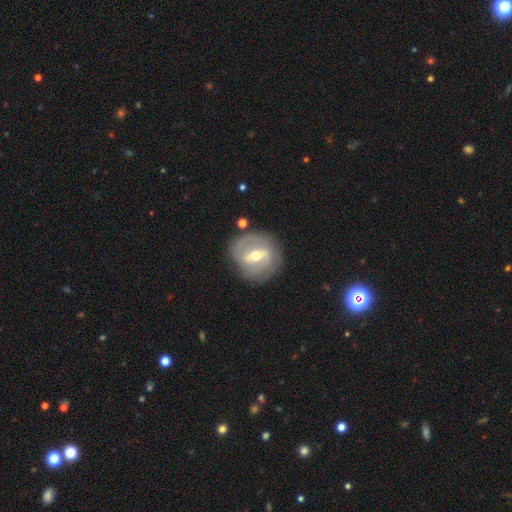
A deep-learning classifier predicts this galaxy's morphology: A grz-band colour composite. It shows a featured or disk galaxy (74%) with a strong bar (52%), spiral arms (67%) and a moderate central bulge (65%). Merging: none (79%).